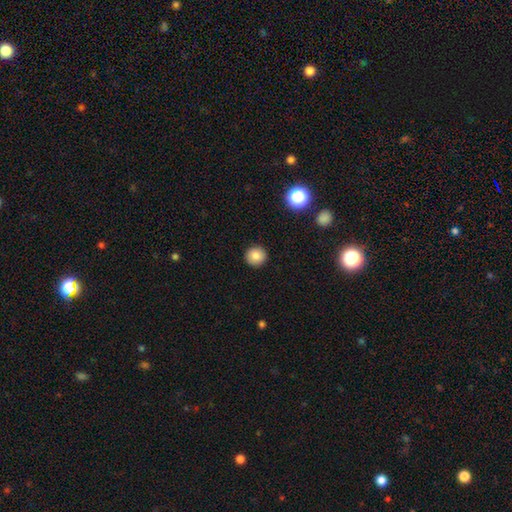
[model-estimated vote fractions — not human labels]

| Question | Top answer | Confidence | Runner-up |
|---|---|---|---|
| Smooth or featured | smooth | 83% | star or artifact (10%) |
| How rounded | round | 93% | in between (6%) |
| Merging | none | 91% | minor disturbance (6%) |